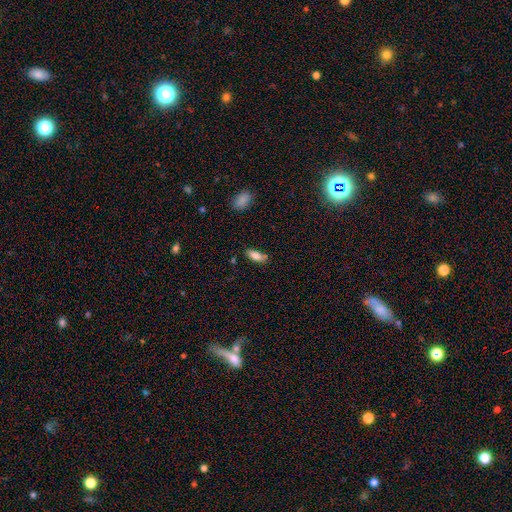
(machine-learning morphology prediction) Overall: smooth (83%). How rounded: in between (79%). Merging: none (75%).